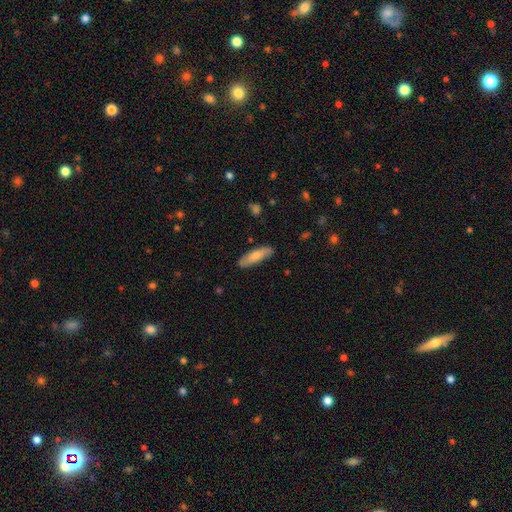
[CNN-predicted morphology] Smooth or featured? Predicted: smooth (p=0.75). How rounded? Predicted: cigar-shaped (p=0.60). Merging? Predicted: none (p=0.85).